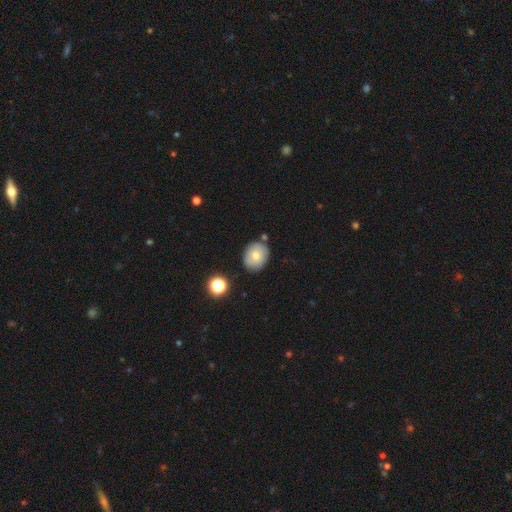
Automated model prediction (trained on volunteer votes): Morphology: type=smooth (73%); roundness=round (55%); merging=none (77%).